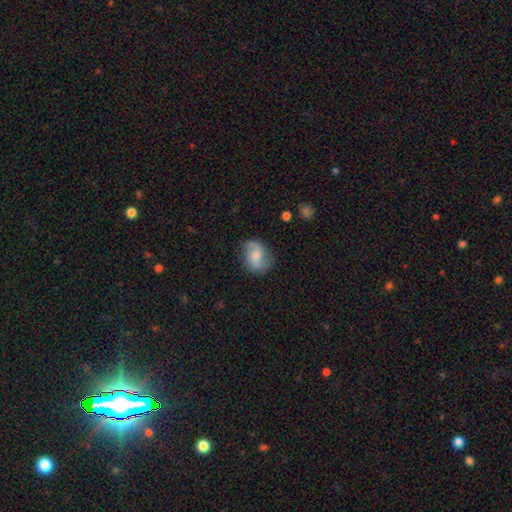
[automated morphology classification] This is likely a featured or disk galaxy (60%). It is clearly not viewed edge-on (97%). Bar: possibly no (47%). Spiral arm pattern: clearly yes (92%). Spiral arm count: clearly 2 (88%). Spiral winding: possibly loose (51%). Central bulge: marginally moderate (39%). Merging: likely none (73%).